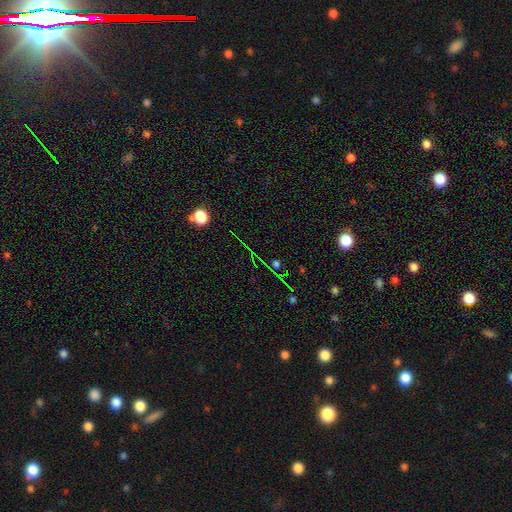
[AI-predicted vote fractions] This is likely a star or artifact rather than a galaxy (69%).